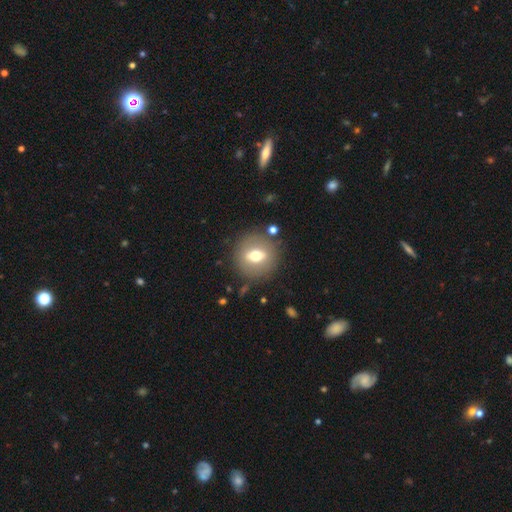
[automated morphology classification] Overall: smooth (55%; featured or disk 36%). How rounded: round (81%). Merging: none (84%).